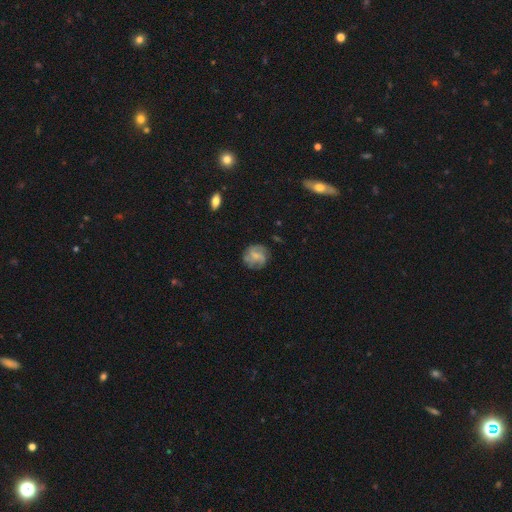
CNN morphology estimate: smooth-or-featured: featured or disk: 52% | smooth: 39% | star or artifact: 9%
  disk-edge-on: no: 97% | yes: 3%
    bar: no: 56% | weak: 37% | strong: 7%
    has-spiral-arms: yes: 83% | no: 17%
    bulge-size: small: 48% | moderate: 28% | none: 20% | large: 3% | dominant: 1%
  merging: none: 74% | minor disturbance: 18% | major disturbance: 7% | merger: 2%